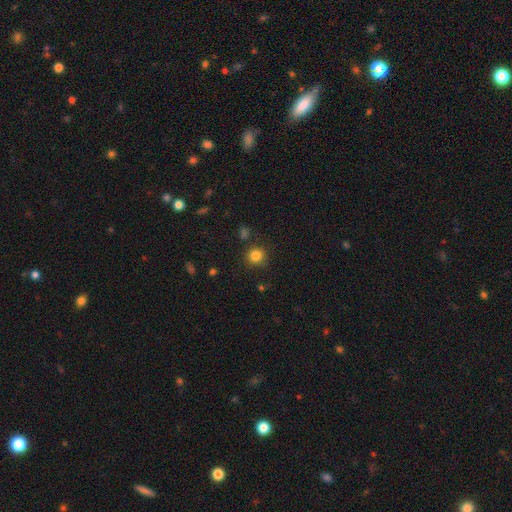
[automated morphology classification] The model was most divided on "smooth or featured": smooth: 84%, star or artifact: 12%, featured or disk: 4%. More confident: how rounded — round (91%); merging — none (86%).